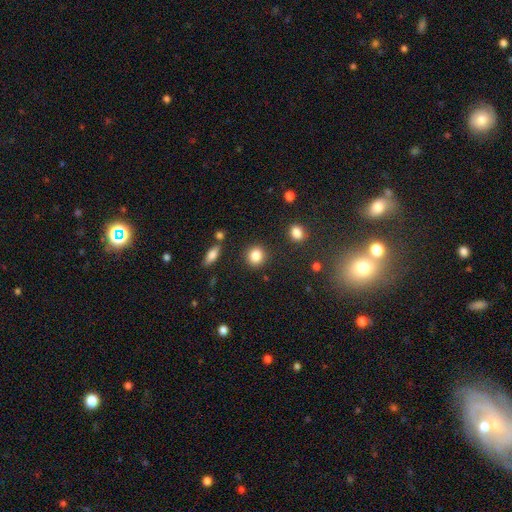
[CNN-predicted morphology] A smooth galaxy with no disk features (85%) that is round (82%). Merging: none (87%).